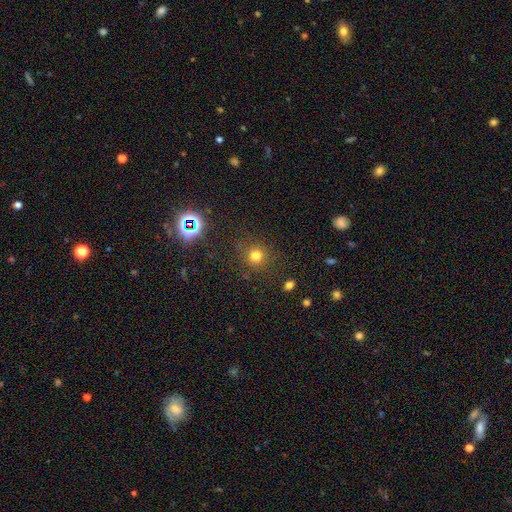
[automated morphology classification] Overall: smooth (75%). How rounded: round (92%). Merging: none (85%).